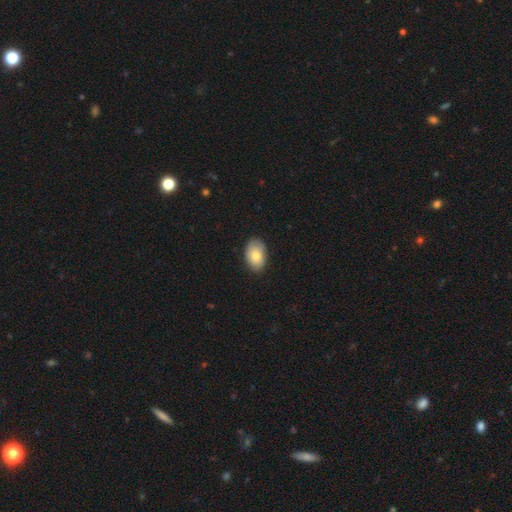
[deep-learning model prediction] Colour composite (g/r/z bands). It shows a smooth galaxy with no disk features (81%) that is in between round and cigar-shaped (88%). Merging: none (81%).